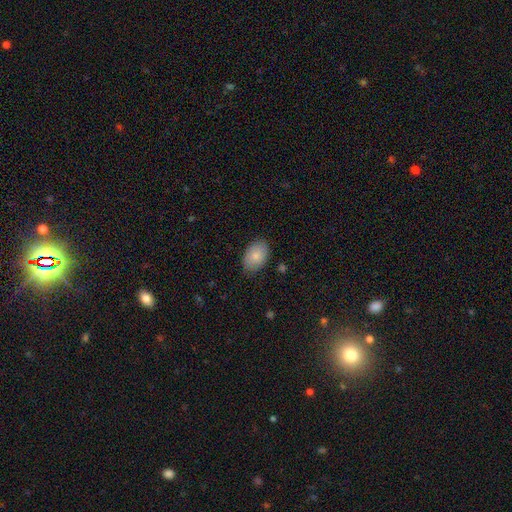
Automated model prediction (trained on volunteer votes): Overall: smooth (82%). How rounded: in between (89%). Merging: none (82%).